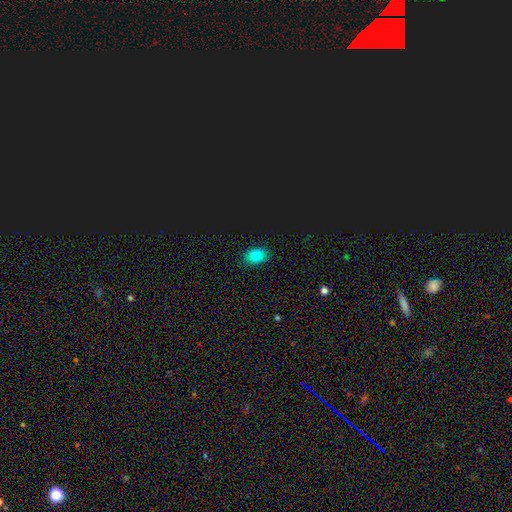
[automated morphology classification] A smooth galaxy with no disk features (76%) that is in between round and cigar-shaped (77%). Merging: none (87%).